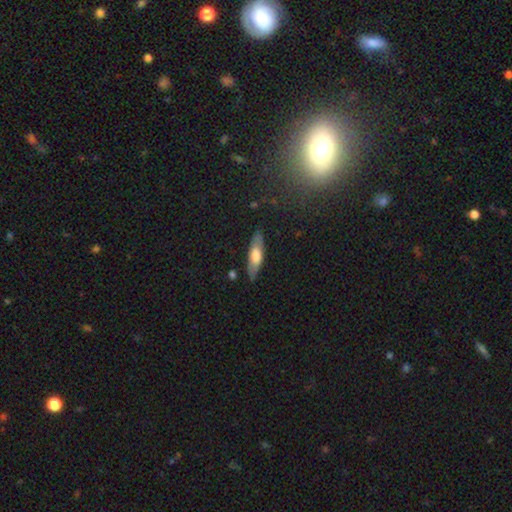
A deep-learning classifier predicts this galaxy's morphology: Overall: smooth (57%; featured or disk 37%). How rounded: cigar-shaped (60%; in between 38%). Merging: none (84%).